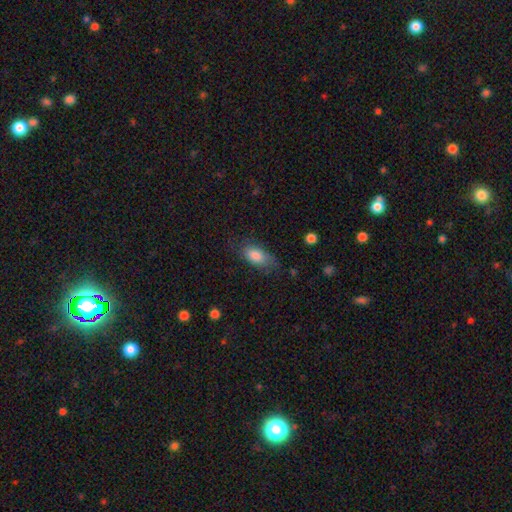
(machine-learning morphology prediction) smooth-or-featured: smooth: 82% | featured or disk: 11% | star or artifact: 7%
  how-rounded: in between: 88% | cigar-shaped: 8% | round: 5%
  merging: none: 66% | minor disturbance: 24% | major disturbance: 9% | merger: 2%